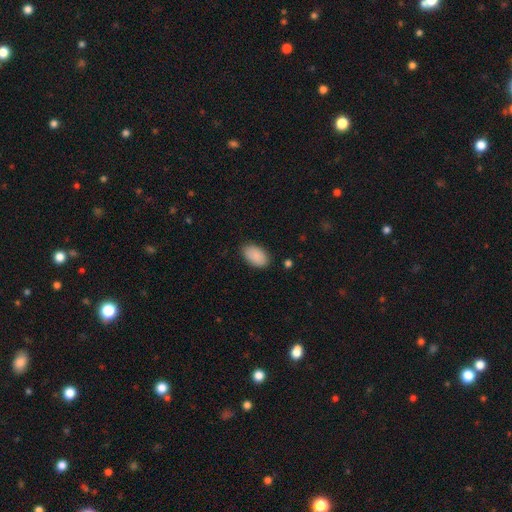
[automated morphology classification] Overall: smooth (90%). How rounded: in between (94%). Merging: none (86%).